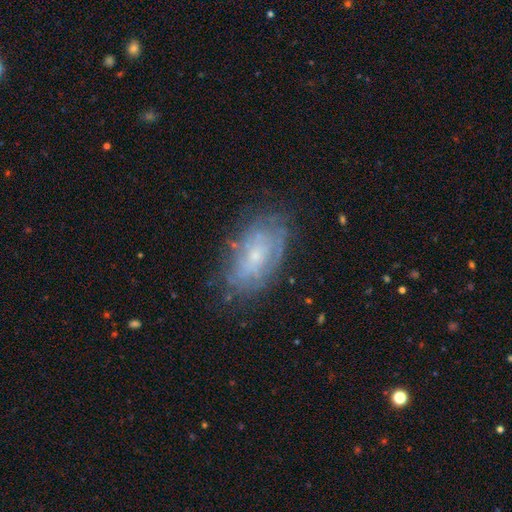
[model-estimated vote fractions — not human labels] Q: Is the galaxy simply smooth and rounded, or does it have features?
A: featured or disk — 60%.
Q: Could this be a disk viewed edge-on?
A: no — 93%.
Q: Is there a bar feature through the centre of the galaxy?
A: no — 78%.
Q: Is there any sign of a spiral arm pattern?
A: yes — 62%.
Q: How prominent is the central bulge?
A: small — 67%.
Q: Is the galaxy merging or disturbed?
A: none — 71%.